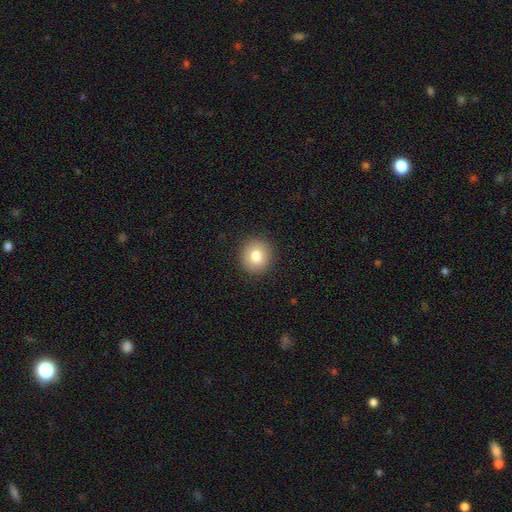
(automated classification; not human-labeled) smooth-or-featured: smooth: 80% | featured or disk: 10% | star or artifact: 9%
  how-rounded: round: 89% | in between: 10% | cigar-shaped: 1%
  merging: none: 91% | minor disturbance: 6% | major disturbance: 2% | merger: 1%